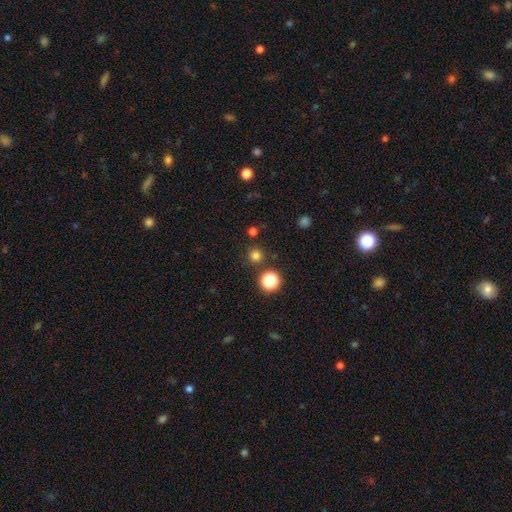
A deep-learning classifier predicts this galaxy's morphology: This is likely a smooth galaxy (77%). How rounded: clearly round (95%). Merging: clearly none (87%).